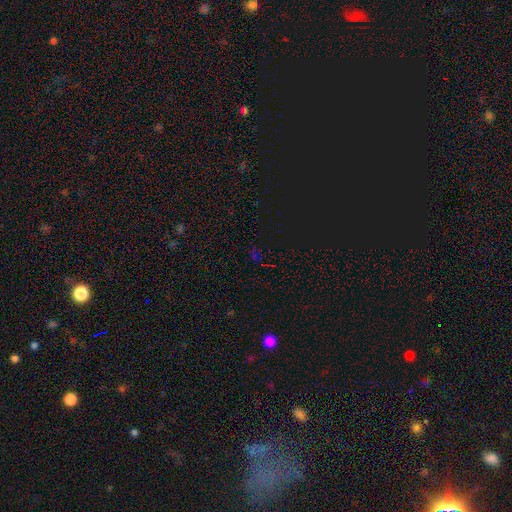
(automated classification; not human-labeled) smooth_or_featured: star or artifact (p=0.70) [alt: smooth p=0.22]